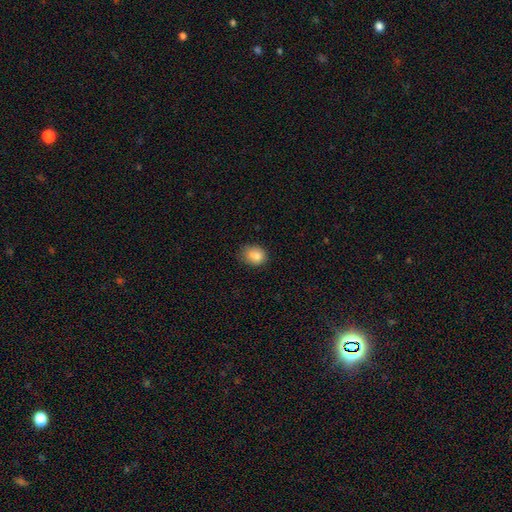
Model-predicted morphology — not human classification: A smooth galaxy with no disk features (84%) that is round (53%). Merging: none (68%).